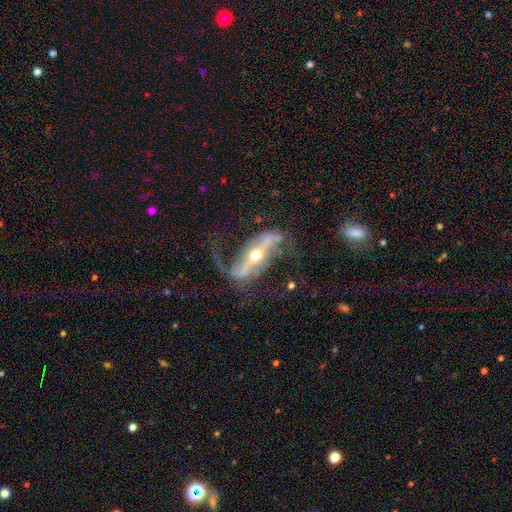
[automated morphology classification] smooth-or-featured: featured or disk: 87% | smooth: 8% | star or artifact: 5%
  disk-edge-on: no: 80% | yes: 20%
    bar: strong: 72% | weak: 16% | no: 13%
    has-spiral-arms: yes: 88% | no: 12%
      spiral-winding: loose: 71% | medium: 22% | tight: 7%
      spiral-arm-count: 2: 85% | 1: 8% | can't tell: 3% | 3: 1% | 4: 1% | more than 4: 1%
    bulge-size: moderate: 56% | small: 39% | large: 3% | dominant: 1% | none: 1%
  merging: none: 55% | major disturbance: 23% | minor disturbance: 18% | merger: 4%